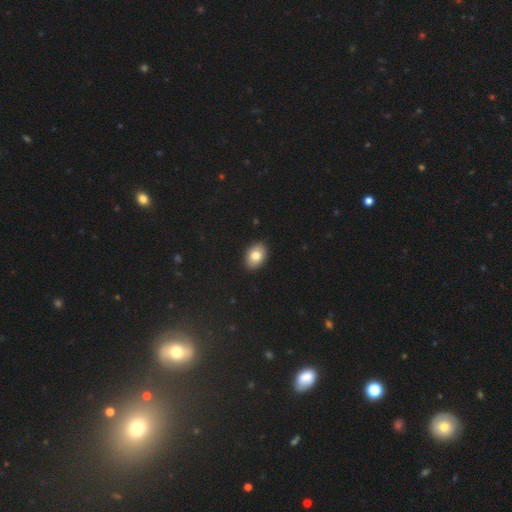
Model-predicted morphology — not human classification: This is clearly a smooth galaxy (81%). How rounded: likely in between (77%). Merging: clearly none (91%).